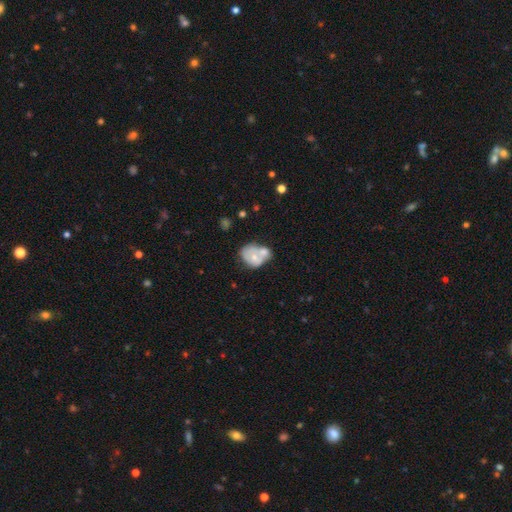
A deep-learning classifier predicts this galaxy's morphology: The model was most divided on "smooth or featured": smooth: 54%, featured or disk: 39%, star or artifact: 7%. More confident: merging — merger (59%); how rounded — in between (59%).